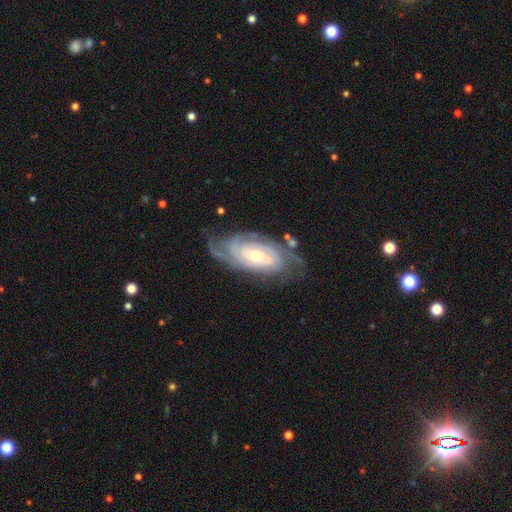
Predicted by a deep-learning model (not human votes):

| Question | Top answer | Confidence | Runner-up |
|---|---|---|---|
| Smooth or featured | featured or disk | 83% | smooth (11%) |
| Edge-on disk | no | 92% | yes (8%) |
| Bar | no | 64% | weak (26%) |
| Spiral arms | yes | 93% | no (7%) |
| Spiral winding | tight | 68% | medium (25%) |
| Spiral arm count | can't tell | 38% | 2 (23%) |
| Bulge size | small | 49% | moderate (46%) |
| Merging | none | 72% | minor disturbance (18%) |